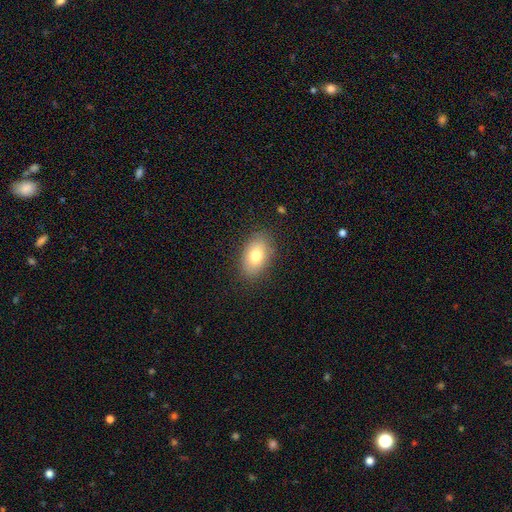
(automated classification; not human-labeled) smooth 79%, featured or disk 13%, star or artifact 8%. Down the decision tree: how rounded — in between (88%); merging — none (85%).